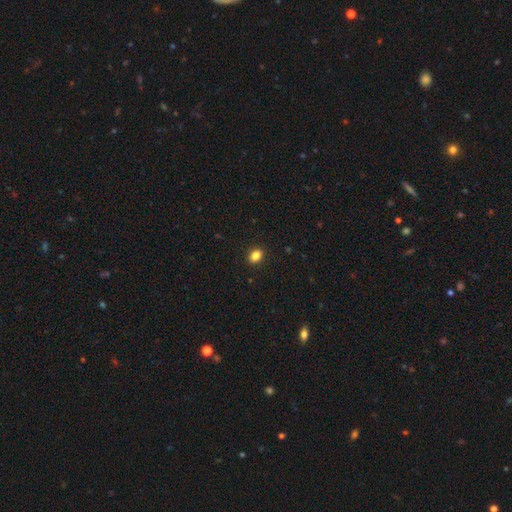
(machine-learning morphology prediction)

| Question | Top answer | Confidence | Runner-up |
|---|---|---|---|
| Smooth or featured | smooth | 85% | star or artifact (11%) |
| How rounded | in between | 64% | round (35%) |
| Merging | none | 91% | minor disturbance (6%) |